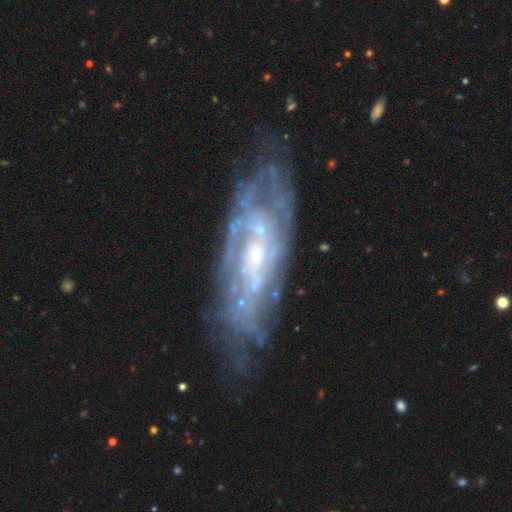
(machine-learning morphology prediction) smooth_or_featured: featured or disk (p=0.82) [alt: smooth p=0.11]
disk_edge_on: no (p=0.85) [alt: yes p=0.15]
bar: no (p=0.62) [alt: weak p=0.30]
has_spiral_arms: yes (p=0.79) [alt: no p=0.21]
spiral_winding: tight (p=0.62) [alt: medium p=0.29]
spiral_arm_count: can't tell (p=0.63) [alt: 2 p=0.14]
bulge_size: small (p=0.56) [alt: moderate p=0.34]
merging: none (p=0.67) [alt: minor disturbance p=0.20]